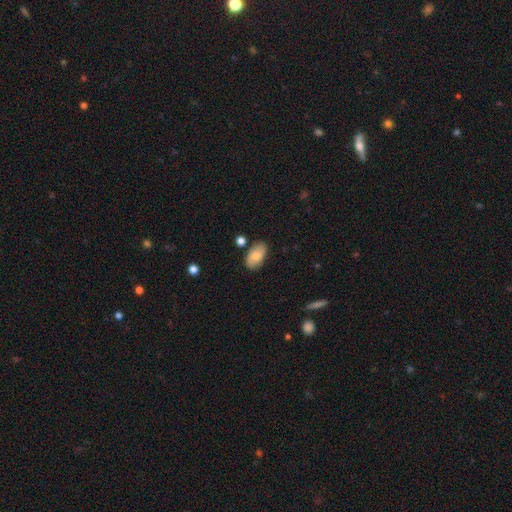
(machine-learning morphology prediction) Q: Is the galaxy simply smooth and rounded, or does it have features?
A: smooth — 72%.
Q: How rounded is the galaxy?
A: in between — 93%.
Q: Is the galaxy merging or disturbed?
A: none — 80%.